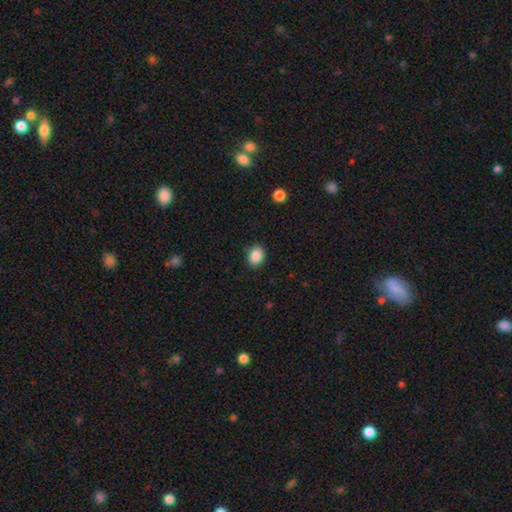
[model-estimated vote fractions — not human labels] Q: Smooth or featured?
A: smooth (88%); runner-up: star or artifact (9%)
Q: How rounded?
A: in between (53%); runner-up: round (46%)
Q: Merging?
A: none (87%); runner-up: minor disturbance (10%)